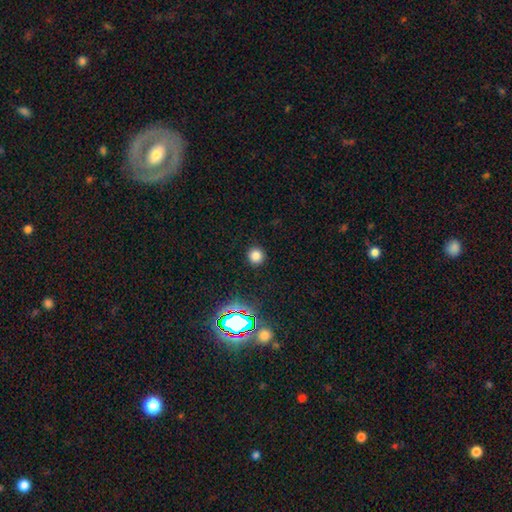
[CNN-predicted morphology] Smooth or featured? Predicted: smooth (p=0.77). How rounded? Predicted: round (p=0.94). Merging? Predicted: none (p=0.91).